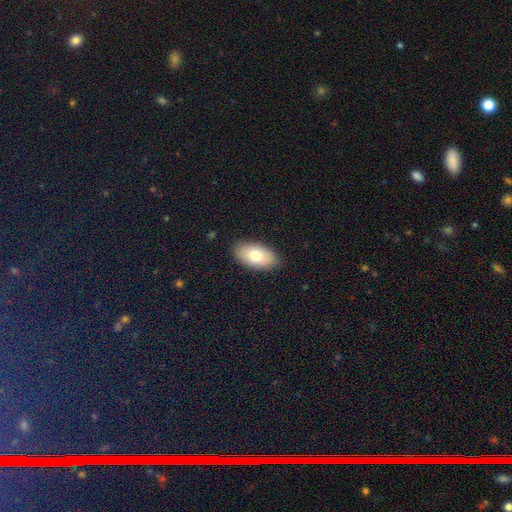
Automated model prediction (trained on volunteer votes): Morphology: type=smooth (74%); roundness=in between (94%); merging=none (87%).